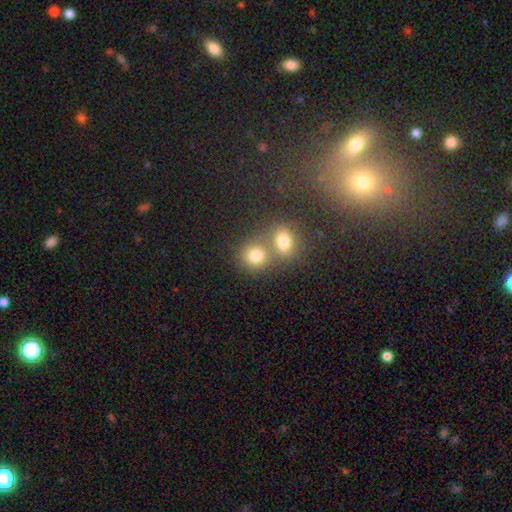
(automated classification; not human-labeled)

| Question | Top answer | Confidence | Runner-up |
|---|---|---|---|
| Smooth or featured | smooth | 78% | star or artifact (13%) |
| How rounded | round | 79% | in between (20%) |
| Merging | merger | 45% | none (44%) |